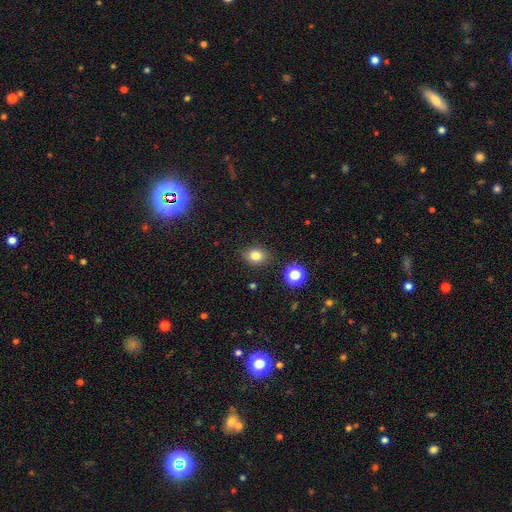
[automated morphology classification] Smooth or featured: smooth — 80% (star or artifact — 14%)
How rounded: in between — 51% (round — 48%)
Merging: none — 84% (minor disturbance — 11%)